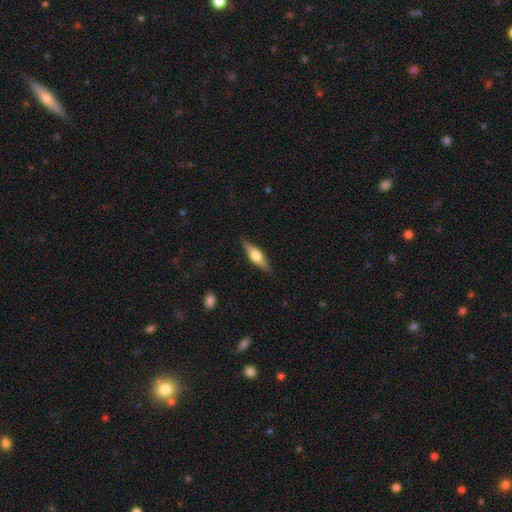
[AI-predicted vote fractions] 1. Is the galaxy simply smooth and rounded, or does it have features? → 53% featured or disk, 41% smooth, 6% star or artifact.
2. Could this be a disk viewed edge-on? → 94% yes, 6% no.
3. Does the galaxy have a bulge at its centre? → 92% rounded, 6% boxy, 2% none.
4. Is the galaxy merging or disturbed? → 87% none, 9% minor disturbance, 2% major disturbance, 1% merger.